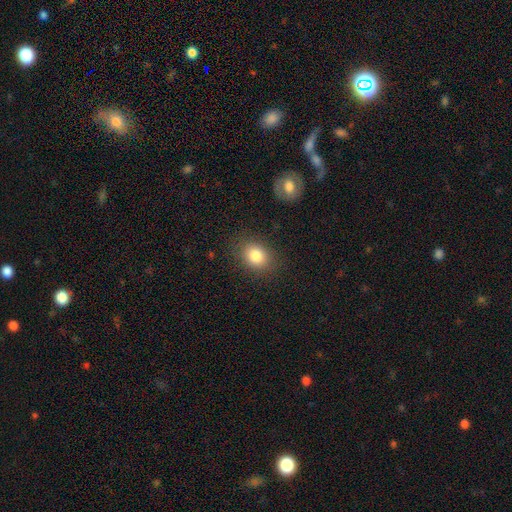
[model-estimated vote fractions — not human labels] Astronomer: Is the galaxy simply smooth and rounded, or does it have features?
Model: smooth — 83%.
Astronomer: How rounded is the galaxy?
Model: in between — 54% (runner-up: round, 45%).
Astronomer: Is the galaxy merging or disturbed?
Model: none — 84%.